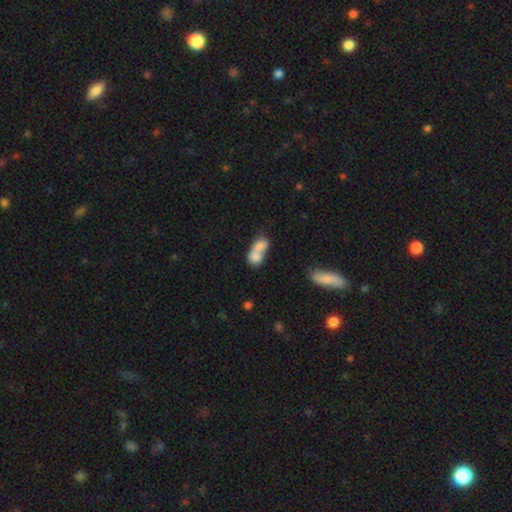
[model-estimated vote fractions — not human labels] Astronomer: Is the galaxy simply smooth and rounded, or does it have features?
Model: smooth — 76%.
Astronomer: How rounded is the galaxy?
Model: in between — 70%.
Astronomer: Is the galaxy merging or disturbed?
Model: merger — 77%.